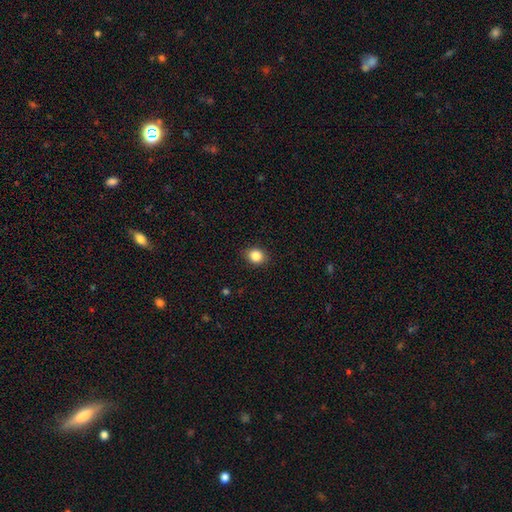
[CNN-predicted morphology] Smooth or featured? smooth (85%)
How rounded? round (64%)
Merging? none (88%)